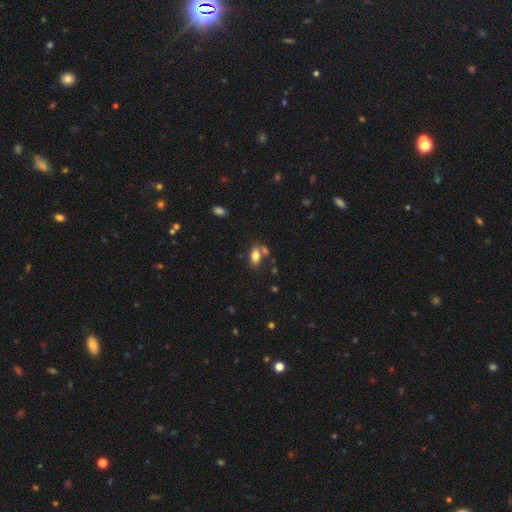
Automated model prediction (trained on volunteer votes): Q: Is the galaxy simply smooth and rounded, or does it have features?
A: smooth — 79%.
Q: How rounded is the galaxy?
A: in between — 90%.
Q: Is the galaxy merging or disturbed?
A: none — 60%.